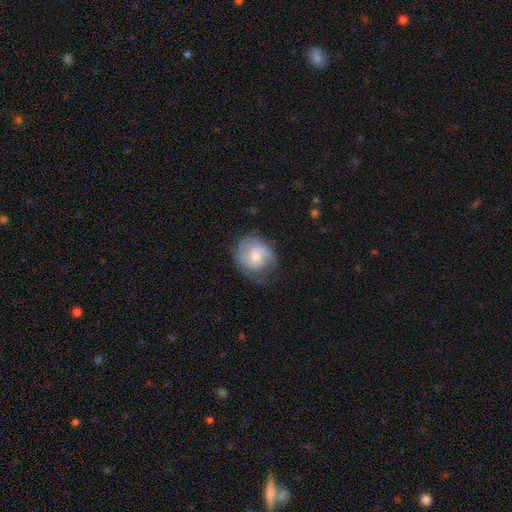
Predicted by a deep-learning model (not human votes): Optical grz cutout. It shows a featured or disk galaxy (55%) with no bar (57%), spiral arms (83%) and a moderate central bulge (57%). Merging: none (58%).